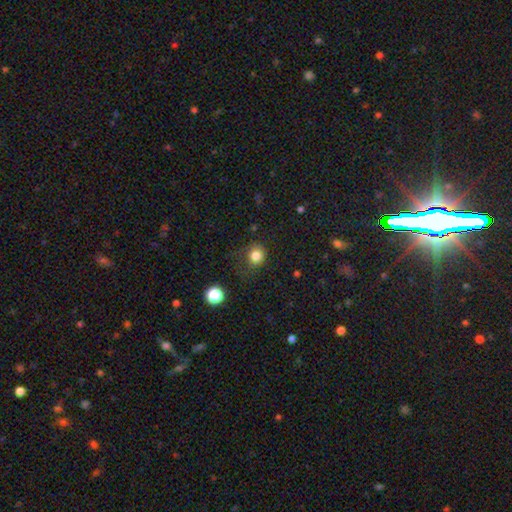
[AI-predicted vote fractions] The model was most divided on "merging": none: 63%, minor disturbance: 23%, major disturbance: 11%, merger: 2%. More confident: smooth or featured — smooth (82%); how rounded — round (78%).